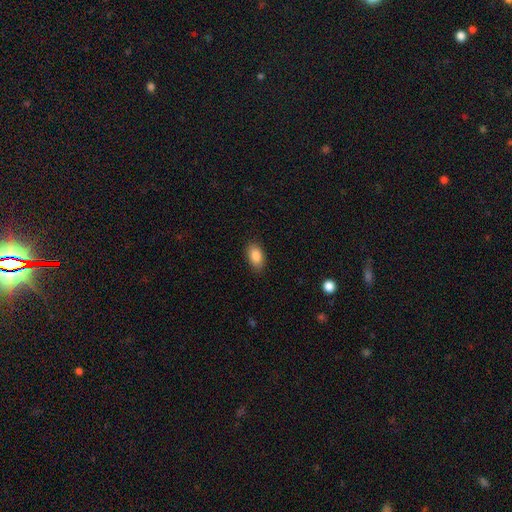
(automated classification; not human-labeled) Q: Smooth or featured?
A: smooth (88%); runner-up: star or artifact (7%)
Q: How rounded?
A: in between (92%); runner-up: round (6%)
Q: Merging?
A: none (84%); runner-up: minor disturbance (12%)